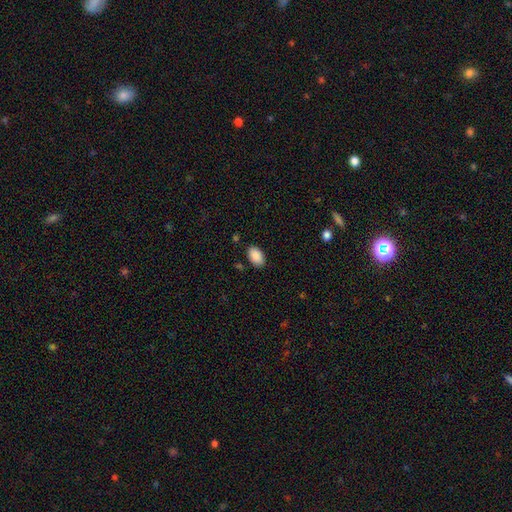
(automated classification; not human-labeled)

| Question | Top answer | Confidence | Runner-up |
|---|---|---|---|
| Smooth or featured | smooth | 90% | star or artifact (7%) |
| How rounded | in between | 92% | round (7%) |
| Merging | none | 85% | minor disturbance (11%) |